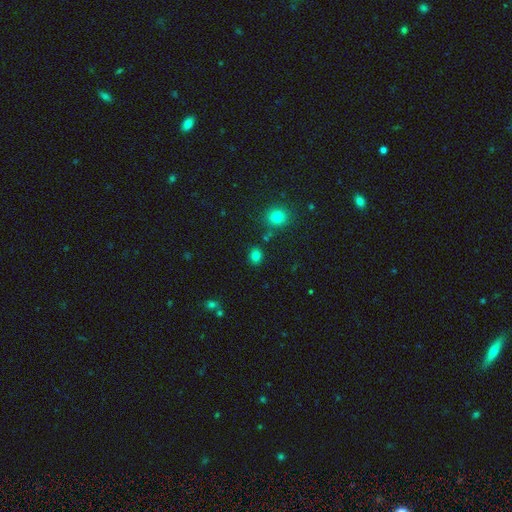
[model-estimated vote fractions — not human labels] This is clearly a smooth galaxy (81%). How rounded: likely round (63%). Merging: clearly none (83%).